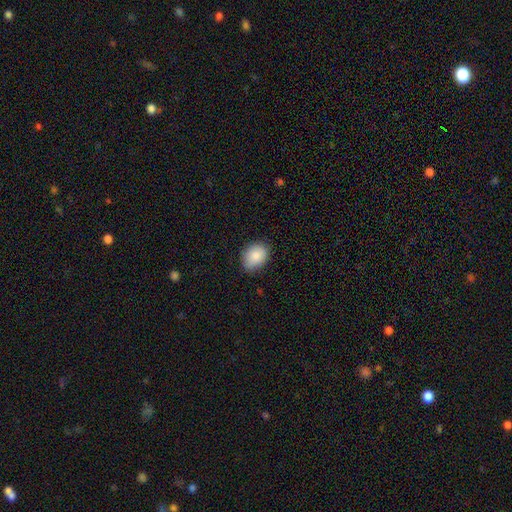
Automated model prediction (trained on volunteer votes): Smooth or featured? smooth (86%)
How rounded? in between (64%)
Merging? none (80%)